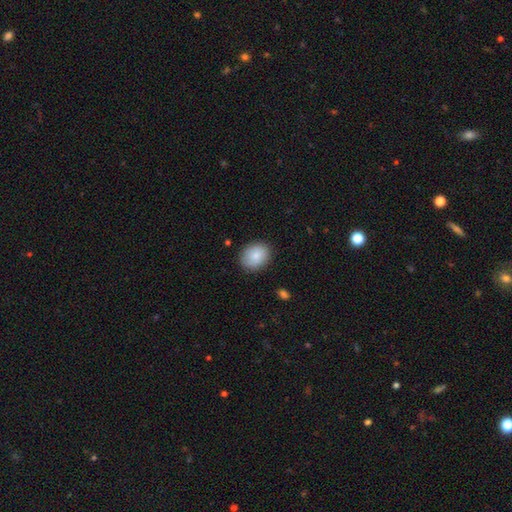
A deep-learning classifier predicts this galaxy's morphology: smooth-or-featured: smooth: 86% | featured or disk: 8% | star or artifact: 7%
  how-rounded: in between: 51% | round: 48% | cigar-shaped: 1%
  merging: none: 86% | minor disturbance: 10% | major disturbance: 2% | merger: 1%